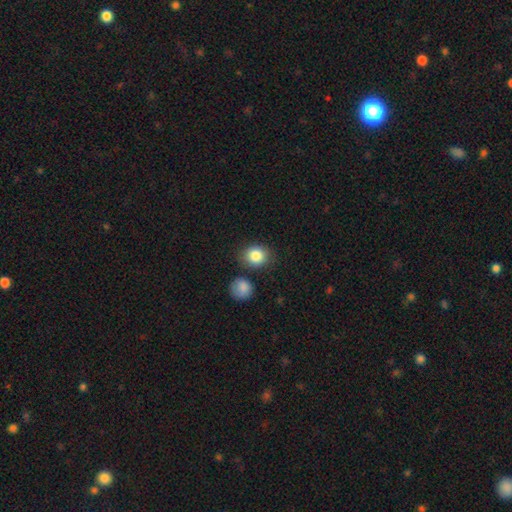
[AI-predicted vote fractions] This appears to be a smooth galaxy with no disk features (86%) that is round (70%). Merging: none (77%).